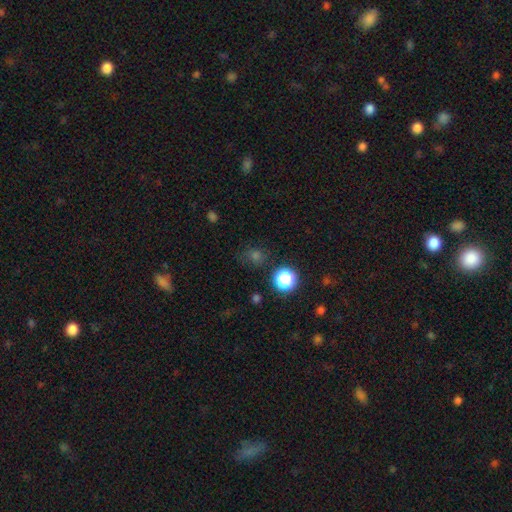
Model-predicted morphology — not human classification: smooth 57%, star or artifact 36%, featured or disk 7%. Down the decision tree: how rounded — round (80%); merging — none (78%).